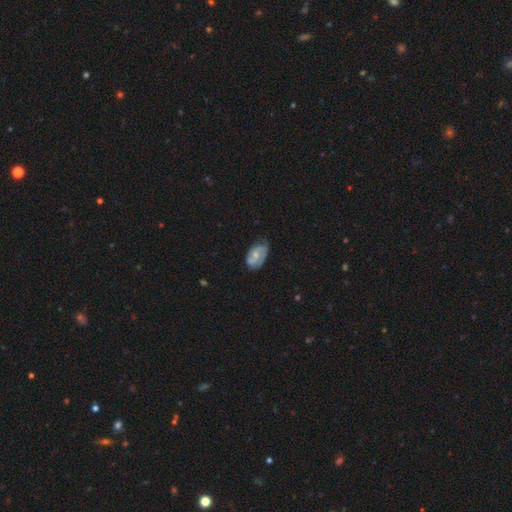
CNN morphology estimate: Q: Smooth or featured?
A: featured or disk (54%); runner-up: smooth (40%)
Q: Edge-on disk?
A: no (96%); runner-up: yes (4%)
Q: Bar?
A: no (64%); runner-up: weak (31%)
Q: Spiral arms?
A: yes (73%); runner-up: no (27%)
Q: Bulge size?
A: moderate (49%); runner-up: small (42%)
Q: Merging?
A: none (52%); runner-up: minor disturbance (36%)